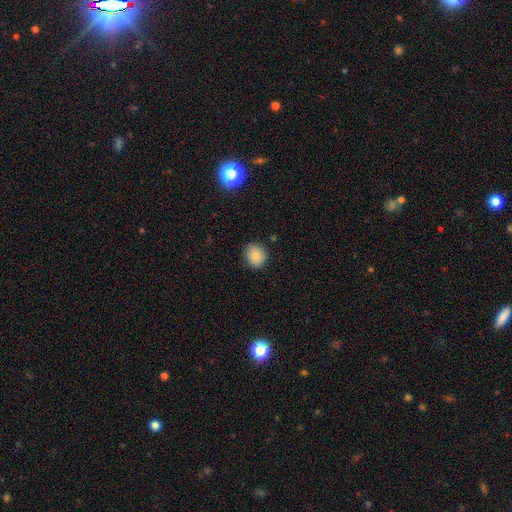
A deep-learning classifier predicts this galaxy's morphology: Smooth or featured?
  - smooth: 80% *
  - featured or disk: 10%
  - star or artifact: 10%
How rounded?
  - round: 84% *
  - in between: 15%
  - cigar-shaped: 1%
Merging?
  - none: 85% *
  - minor disturbance: 11%
  - major disturbance: 2%
  - merger: 1%